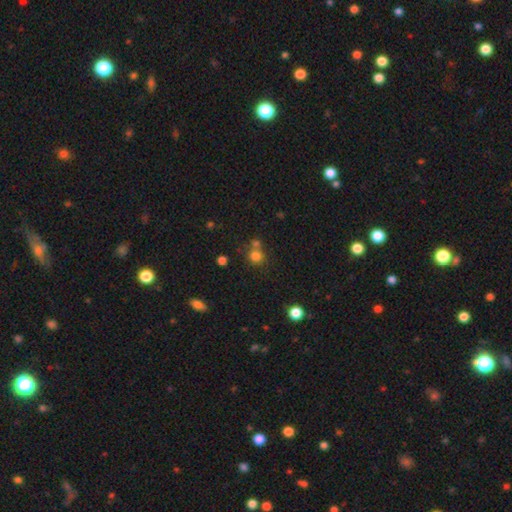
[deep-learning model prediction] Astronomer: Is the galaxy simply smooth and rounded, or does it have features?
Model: smooth — 76%.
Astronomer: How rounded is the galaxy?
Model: round — 87%.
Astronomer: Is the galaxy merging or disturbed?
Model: none — 55% (runner-up: merger, 32%).